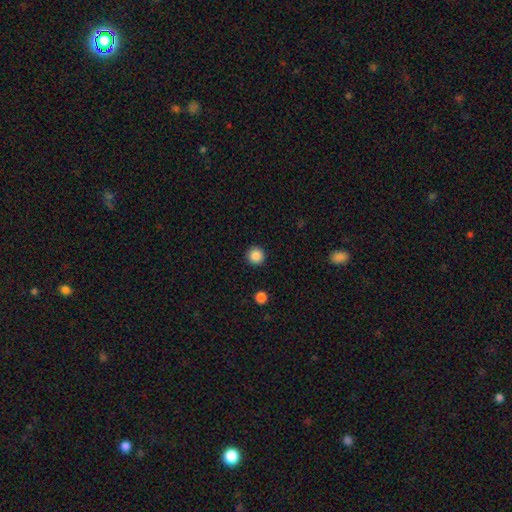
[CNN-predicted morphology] This appears to be a smooth galaxy with no disk features (87%) that is round (96%). Merging: none (92%).